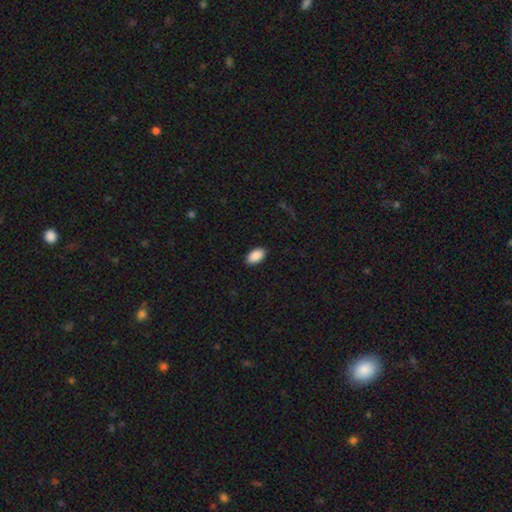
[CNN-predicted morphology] A smooth galaxy with no disk features (90%) that is in between round and cigar-shaped (95%).

Vote fractions:
- Smooth or featured? smooth: 90% / star or artifact: 7% / featured or disk: 3%
- How rounded? in between: 95% / round: 4% / cigar-shaped: 2%
- Merging? none: 89% / minor disturbance: 8% / major disturbance: 2% / merger: 1%